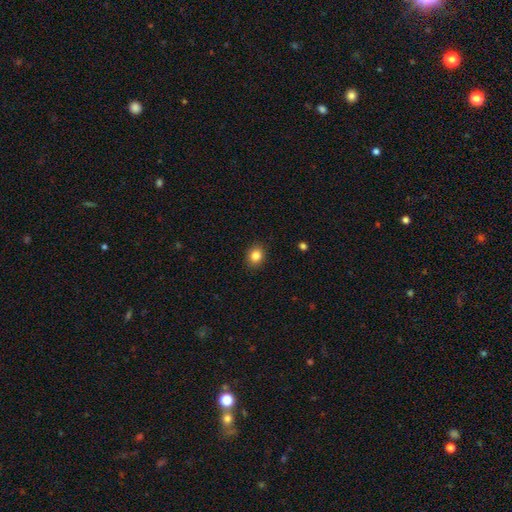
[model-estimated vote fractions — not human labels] Morphology: type=smooth (84%); roundness=round (63%); merging=none (89%).